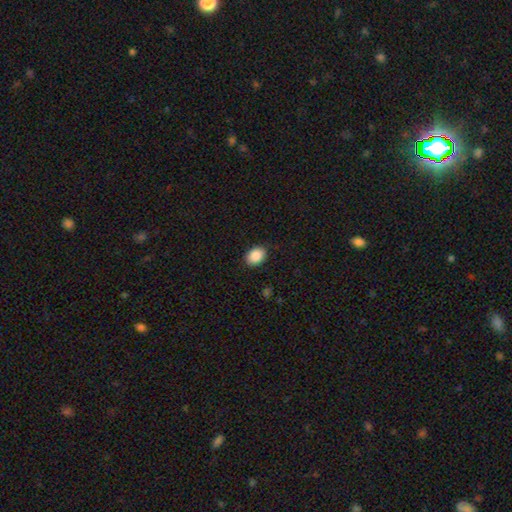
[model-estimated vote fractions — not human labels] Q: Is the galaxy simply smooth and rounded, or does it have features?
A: smooth — 89%.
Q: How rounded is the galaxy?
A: in between — 72%.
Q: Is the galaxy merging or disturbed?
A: none — 88%.